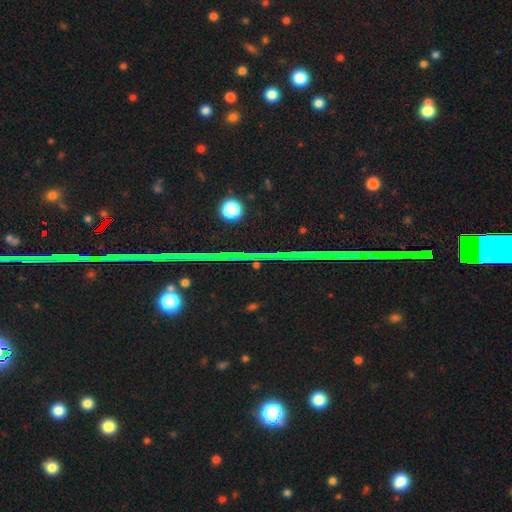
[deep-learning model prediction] Q: Smooth or featured?
A: star or artifact (83%); runner-up: featured or disk (9%)